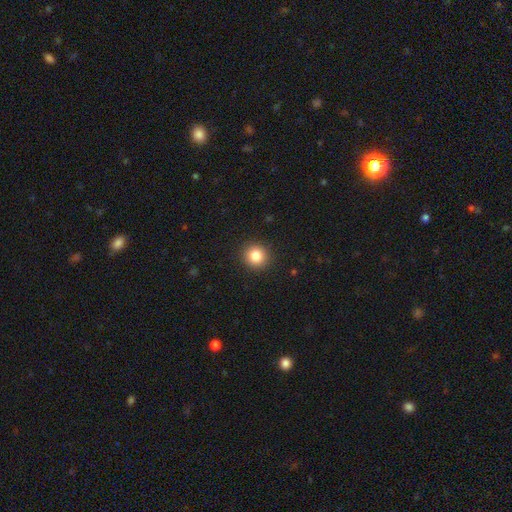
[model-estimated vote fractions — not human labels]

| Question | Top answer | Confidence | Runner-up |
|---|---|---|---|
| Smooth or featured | smooth | 84% | star or artifact (11%) |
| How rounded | round | 92% | in between (7%) |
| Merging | none | 91% | minor disturbance (6%) |